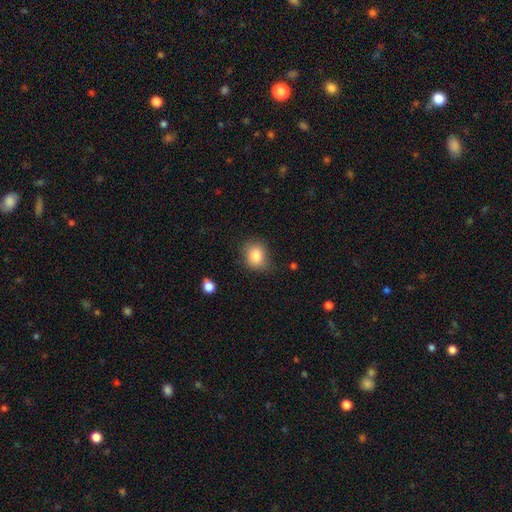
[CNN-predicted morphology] This is clearly a smooth galaxy (84%). How rounded: likely round (61%). Merging: likely none (74%).